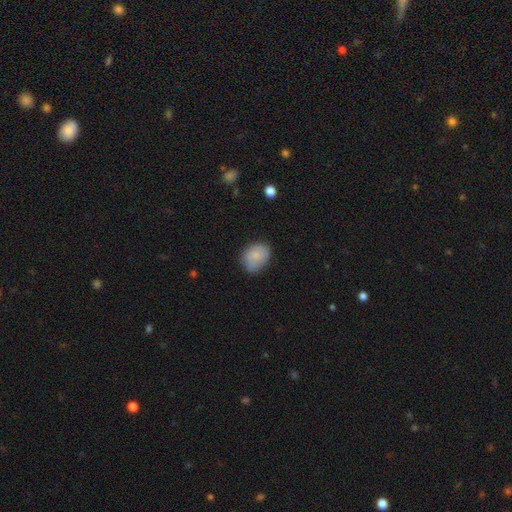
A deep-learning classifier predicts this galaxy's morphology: This is likely a smooth galaxy (79%). How rounded: likely in between (66%). Merging: likely none (61%).